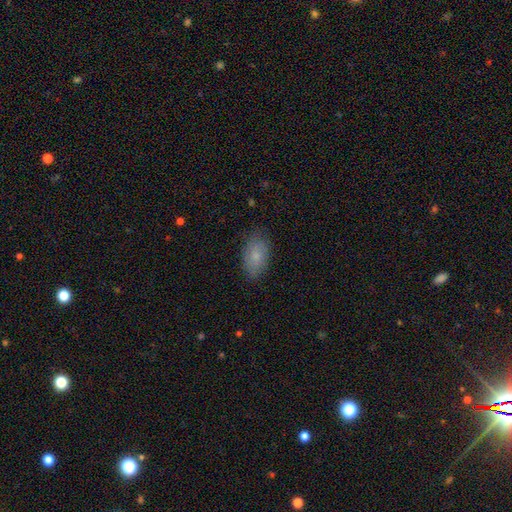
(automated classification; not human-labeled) A smooth galaxy with no disk features (78%) that is in between round and cigar-shaped (93%). Merging: none (80%).